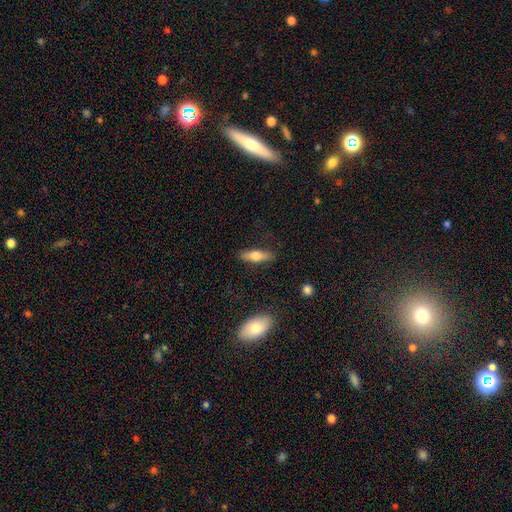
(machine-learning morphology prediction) Smooth or featured? smooth (58%)
How rounded? cigar-shaped (54%)
Merging? none (86%)